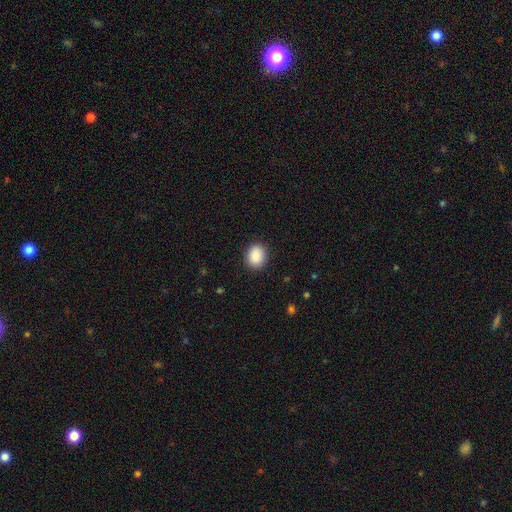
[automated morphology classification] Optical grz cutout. It shows a smooth galaxy with no disk features (90%) that is round (53%). Merging: none (89%).